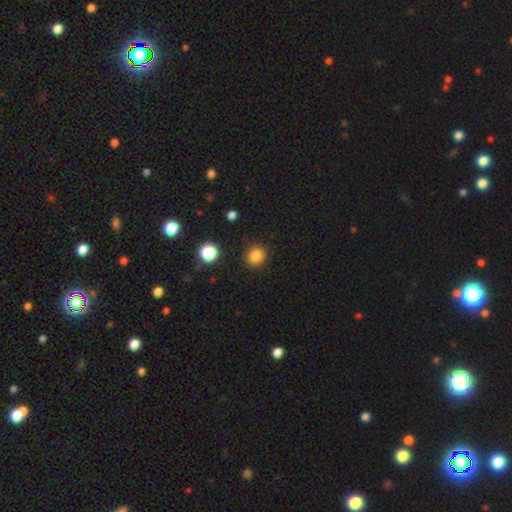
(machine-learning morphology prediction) Smooth or featured?
  - smooth: 83% *
  - star or artifact: 13%
  - featured or disk: 4%
How rounded?
  - round: 90% *
  - in between: 10%
  - cigar-shaped: 1%
Merging?
  - none: 90% *
  - minor disturbance: 6%
  - major disturbance: 2%
  - merger: 1%